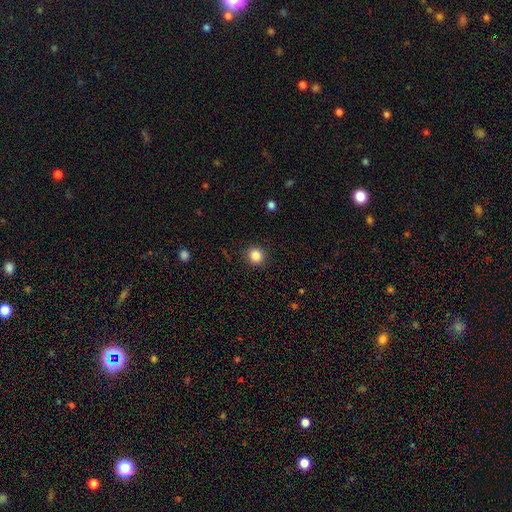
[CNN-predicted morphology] Overall: smooth (84%). How rounded: round (91%). Merging: none (91%).